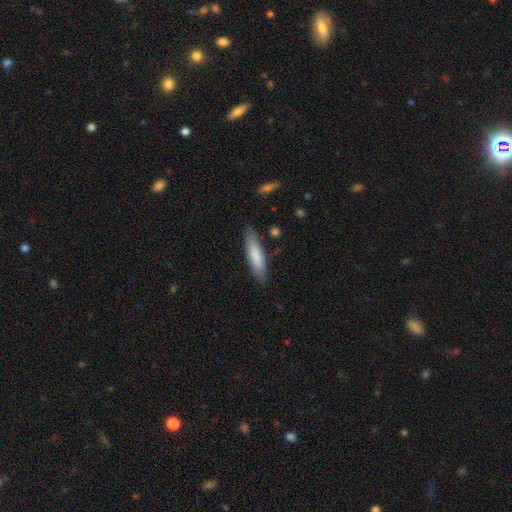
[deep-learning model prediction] Smooth or featured? Predicted: smooth (p=0.80). How rounded? Predicted: cigar-shaped (p=0.66). Merging? Predicted: none (p=0.83).